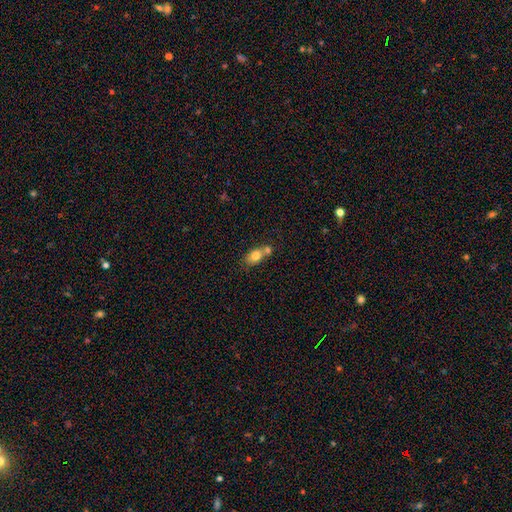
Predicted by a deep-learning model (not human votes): Q: Smooth or featured?
A: smooth (76%); runner-up: featured or disk (15%)
Q: How rounded?
A: in between (76%); runner-up: round (20%)
Q: Merging?
A: merger (47%); runner-up: none (38%)